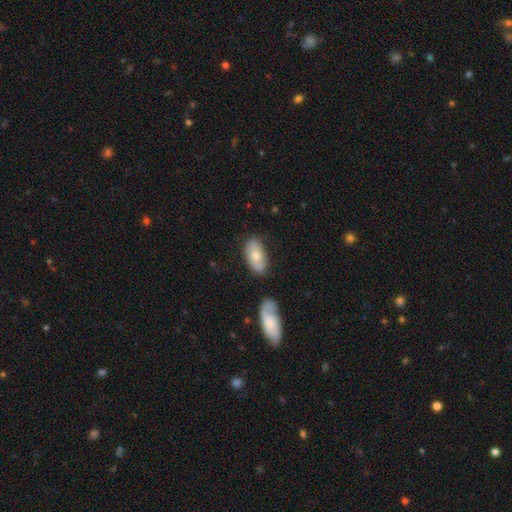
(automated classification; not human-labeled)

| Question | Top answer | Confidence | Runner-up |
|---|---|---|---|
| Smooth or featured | smooth | 67% | featured or disk (27%) |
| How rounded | in between | 93% | round (4%) |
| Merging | none | 74% | minor disturbance (16%) |